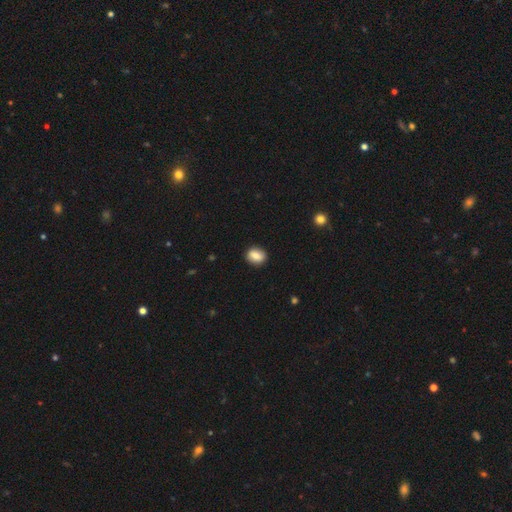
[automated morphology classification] Q: Smooth or featured?
A: smooth (79%); runner-up: featured or disk (13%)
Q: How rounded?
A: round (51%); runner-up: in between (47%)
Q: Merging?
A: none (89%); runner-up: minor disturbance (8%)